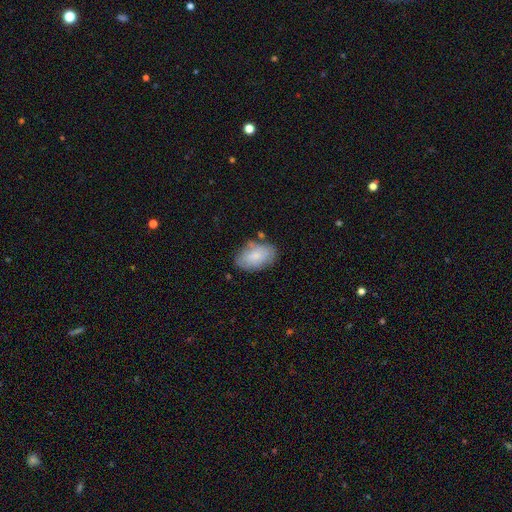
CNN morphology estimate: smooth-or-featured: smooth: 78% | featured or disk: 16% | star or artifact: 6%
  how-rounded: in between: 92% | round: 6% | cigar-shaped: 1%
  merging: none: 72% | minor disturbance: 19% | merger: 5% | major disturbance: 4%